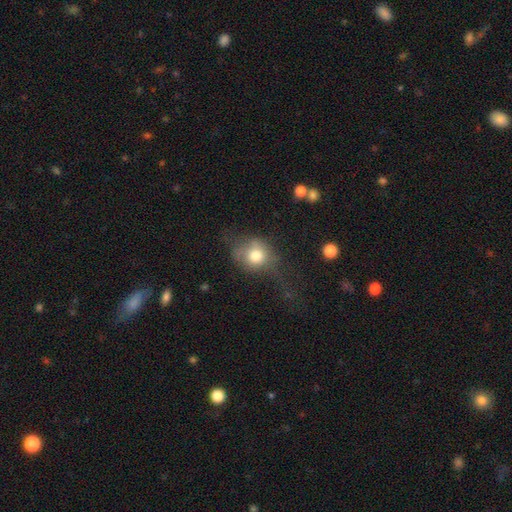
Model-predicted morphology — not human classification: The model was most divided on "merging": none: 41%, major disturbance: 28%, minor disturbance: 27%, merger: 3%. More confident: smooth or featured — smooth (72%); how rounded — round (68%).